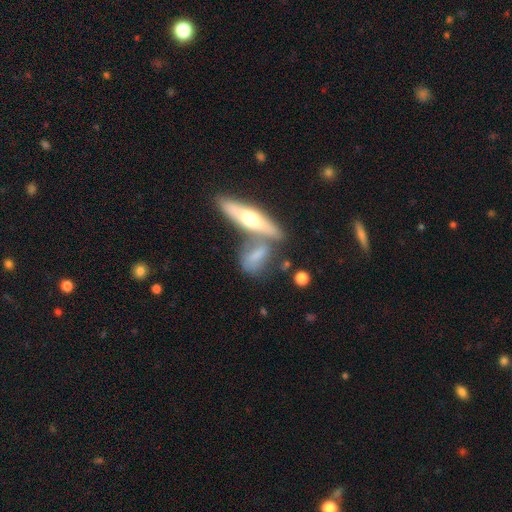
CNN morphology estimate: A smooth galaxy with no disk features (56%) that is in between round and cigar-shaped (51%). Merging: none (43%).